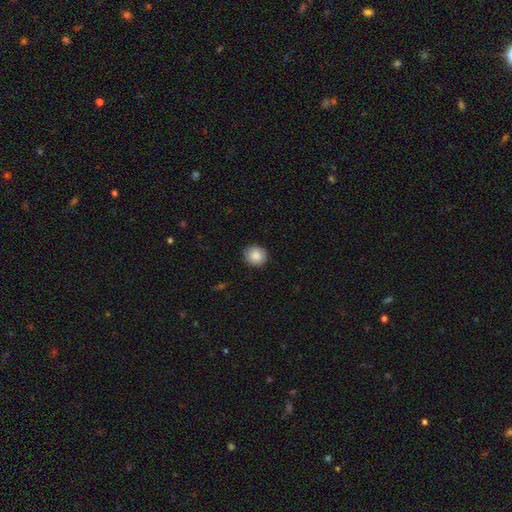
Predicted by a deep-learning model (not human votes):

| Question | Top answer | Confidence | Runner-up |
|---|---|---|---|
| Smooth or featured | smooth | 87% | star or artifact (8%) |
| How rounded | round | 87% | in between (12%) |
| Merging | none | 89% | minor disturbance (9%) |